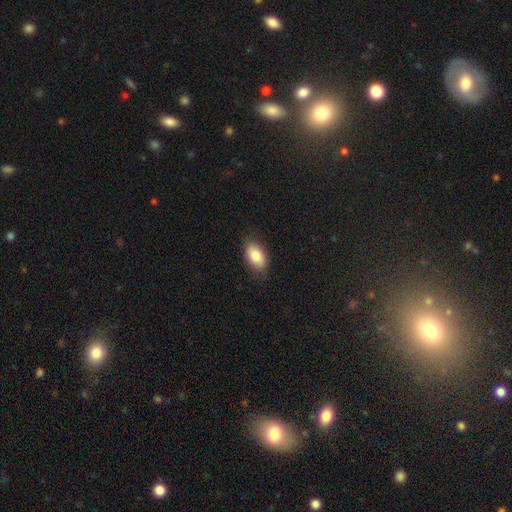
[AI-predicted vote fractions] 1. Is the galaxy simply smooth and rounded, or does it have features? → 83% smooth, 10% featured or disk, 7% star or artifact.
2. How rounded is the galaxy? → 91% in between, 7% round, 2% cigar-shaped.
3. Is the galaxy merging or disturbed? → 84% none, 13% minor disturbance, 3% major disturbance, 1% merger.